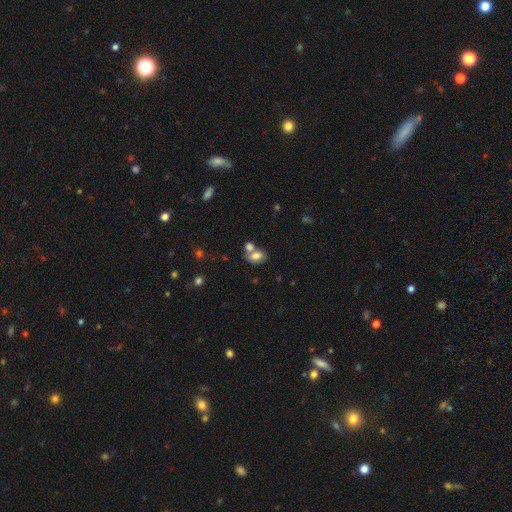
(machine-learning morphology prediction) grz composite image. It shows a smooth galaxy with no disk features (75%) that is in between round and cigar-shaped (82%). Merging: merger (45%).